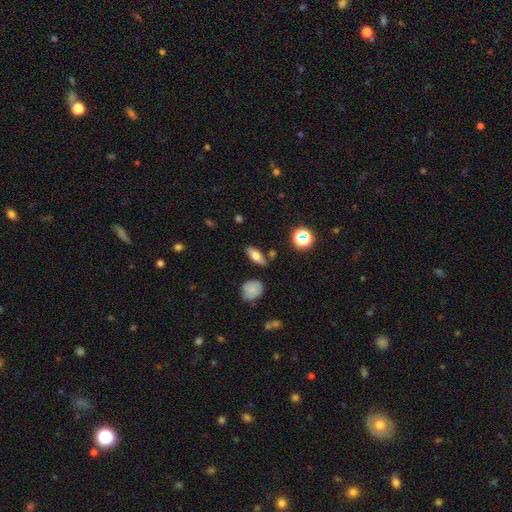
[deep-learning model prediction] A smooth galaxy with no disk features (67%) that is in between round and cigar-shaped (73%). Merging: none (79%).